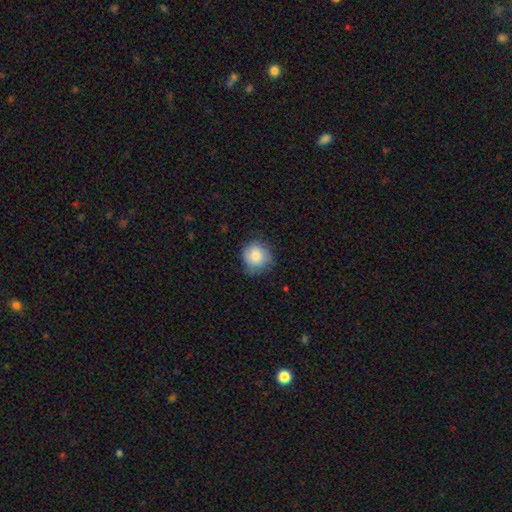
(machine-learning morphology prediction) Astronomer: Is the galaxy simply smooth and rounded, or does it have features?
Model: smooth — 83%.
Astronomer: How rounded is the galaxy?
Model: round — 89%.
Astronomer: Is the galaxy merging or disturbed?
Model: none — 73%.